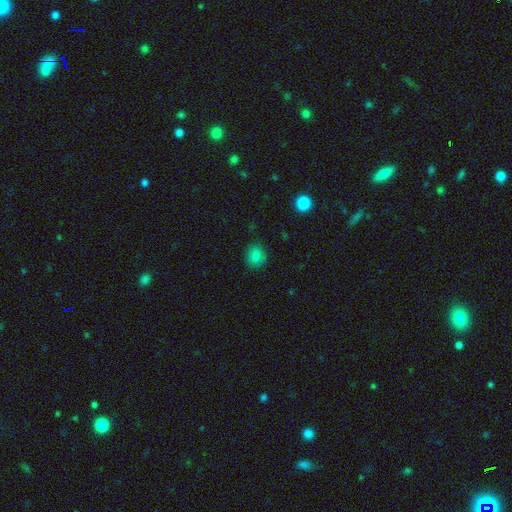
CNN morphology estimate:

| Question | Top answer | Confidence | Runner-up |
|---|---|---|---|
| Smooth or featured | smooth | 82% | star or artifact (12%) |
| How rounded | round | 79% | in between (20%) |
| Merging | none | 87% | minor disturbance (9%) |